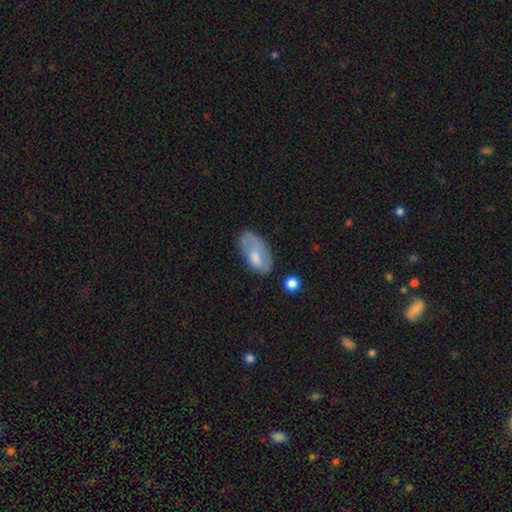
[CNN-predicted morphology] Smooth or featured: smooth — 63% (featured or disk — 29%)
How rounded: in between — 92% (cigar-shaped — 4%)
Merging: none — 43% (minor disturbance — 32%)